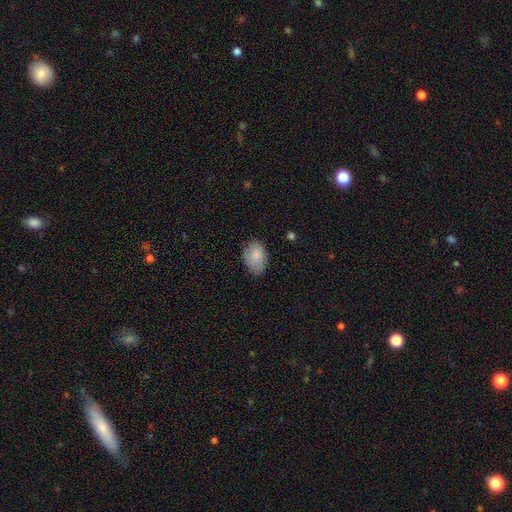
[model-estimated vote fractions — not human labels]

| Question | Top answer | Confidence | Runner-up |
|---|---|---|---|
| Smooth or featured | smooth | 86% | featured or disk (8%) |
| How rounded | in between | 86% | round (13%) |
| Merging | none | 73% | minor disturbance (21%) |